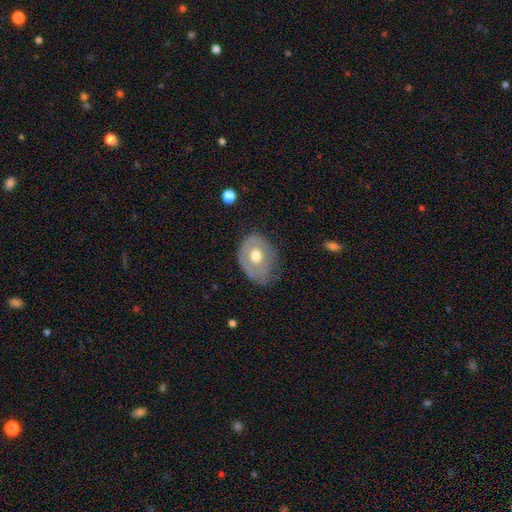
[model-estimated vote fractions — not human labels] Overall: smooth (49%; featured or disk 45%). Merging: none (45%; minor disturbance 35%).